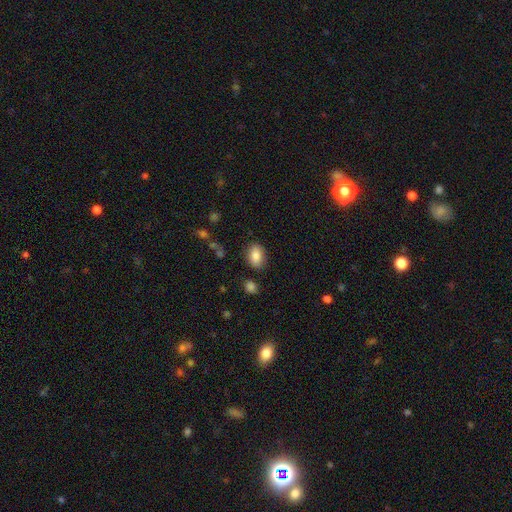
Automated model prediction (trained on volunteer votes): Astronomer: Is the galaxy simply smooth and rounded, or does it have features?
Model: smooth — 85%.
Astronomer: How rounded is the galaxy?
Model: in between — 86%.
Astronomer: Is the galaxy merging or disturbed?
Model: none — 83%.